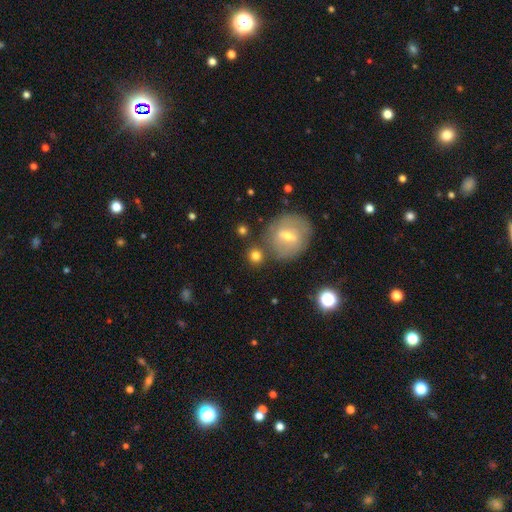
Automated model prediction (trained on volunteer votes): smooth-or-featured: smooth: 73% | featured or disk: 16% | star or artifact: 10%
  how-rounded: round: 85% | in between: 13% | cigar-shaped: 2%
  merging: none: 72% | merger: 13% | minor disturbance: 11% | major disturbance: 4%